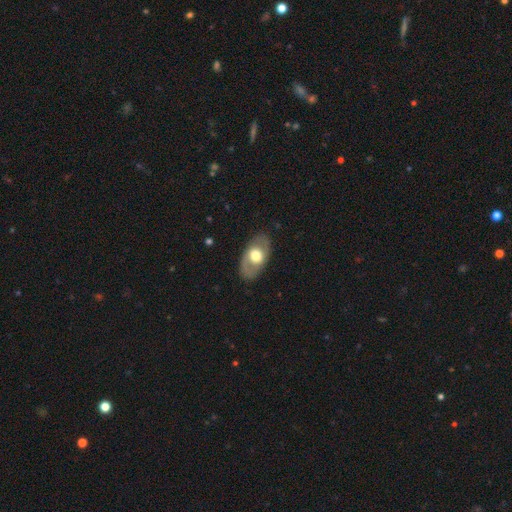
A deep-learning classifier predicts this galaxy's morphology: smooth-or-featured: featured or disk: 48% | smooth: 47% | star or artifact: 6%
  merging: none: 82% | minor disturbance: 12% | major disturbance: 4% | merger: 1%